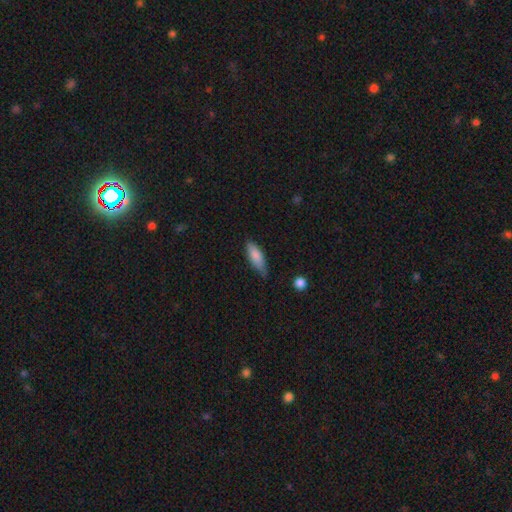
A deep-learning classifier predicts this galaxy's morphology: Overall: smooth (81%). How rounded: in between (61%; cigar-shaped 37%). Merging: none (60%; minor disturbance 33%).